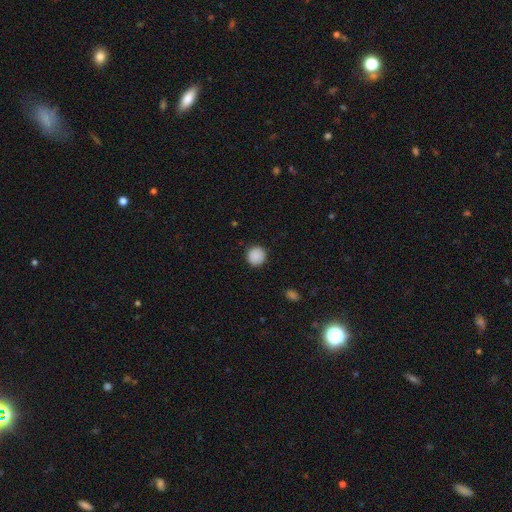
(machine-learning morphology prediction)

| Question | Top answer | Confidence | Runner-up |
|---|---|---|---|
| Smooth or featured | smooth | 89% | star or artifact (8%) |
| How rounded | round | 93% | in between (6%) |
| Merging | none | 91% | minor disturbance (6%) |